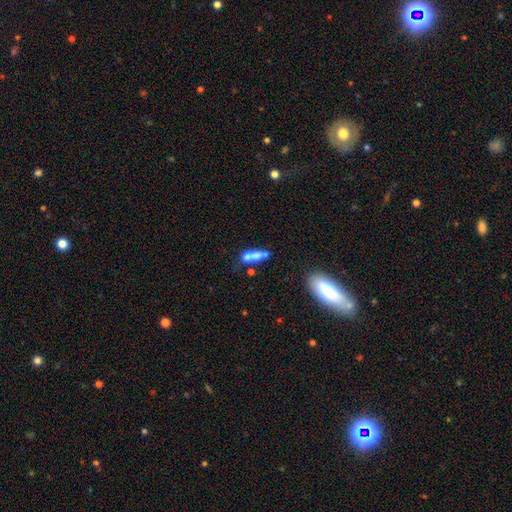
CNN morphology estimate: smooth 64%, featured or disk 26%, star or artifact 10%. Down the decision tree: how rounded — cigar-shaped (53%); merging — none (38%).